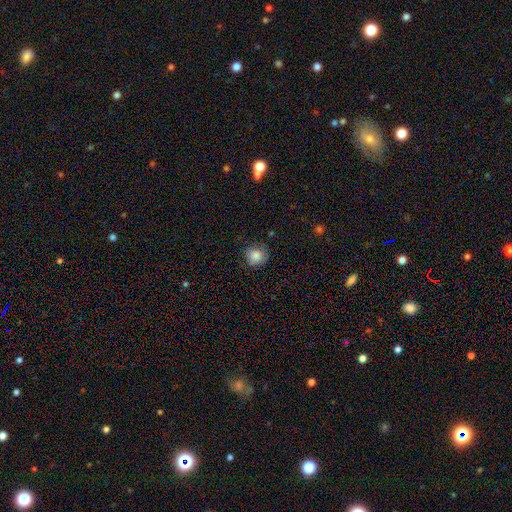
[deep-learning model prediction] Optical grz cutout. It shows a smooth galaxy with no disk features (85%) that is round (88%). Merging: none (77%).